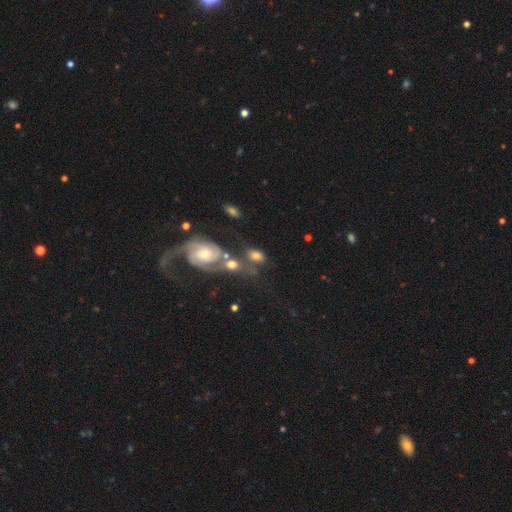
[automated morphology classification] smooth_or_featured: smooth (p=0.50) [alt: featured or disk p=0.38]
how_rounded: in between (p=0.78) [alt: round p=0.19]
merging: none (p=0.35) [tied with: merger p=0.35]